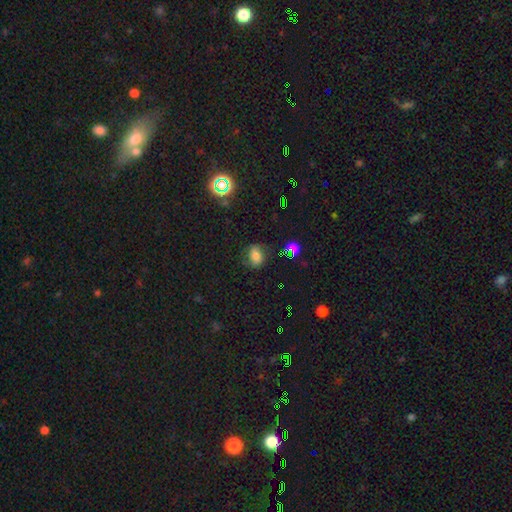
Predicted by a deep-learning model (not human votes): smooth 59%, star or artifact 22%, featured or disk 19%. Down the decision tree: how rounded — in between (62%); merging — none (73%).